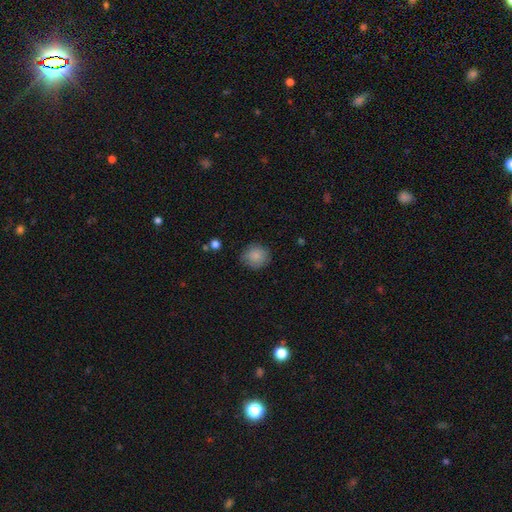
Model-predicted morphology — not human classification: smooth-or-featured: smooth: 85% | star or artifact: 8% | featured or disk: 7%
  how-rounded: round: 87% | in between: 12% | cigar-shaped: 1%
  merging: none: 82% | minor disturbance: 13% | major disturbance: 3% | merger: 1%